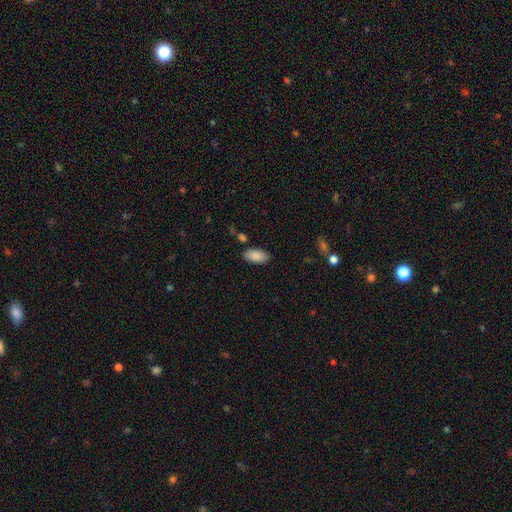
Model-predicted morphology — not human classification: Smooth or featured?
  - smooth: 88% *
  - star or artifact: 7%
  - featured or disk: 5%
How rounded?
  - in between: 93% *
  - cigar-shaped: 5%
  - round: 2%
Merging?
  - none: 82% *
  - minor disturbance: 12%
  - merger: 3%
  - major disturbance: 3%